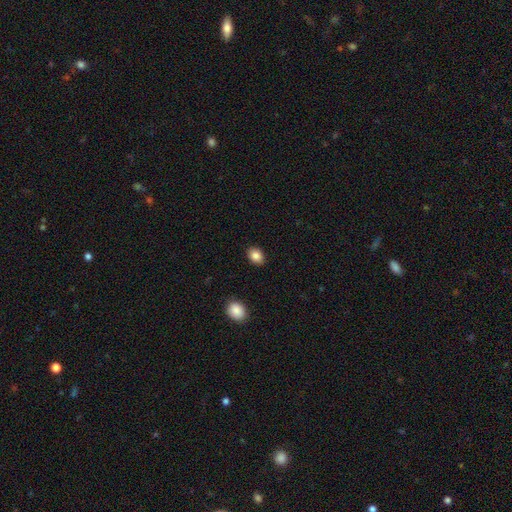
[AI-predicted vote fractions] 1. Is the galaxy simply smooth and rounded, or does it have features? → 86% smooth, 9% star or artifact, 6% featured or disk.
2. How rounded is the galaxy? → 66% in between, 33% round, 1% cigar-shaped.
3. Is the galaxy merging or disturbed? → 89% none, 7% minor disturbance, 2% major disturbance, 1% merger.